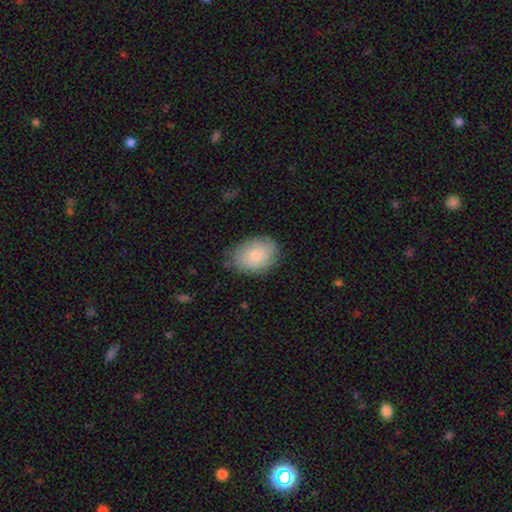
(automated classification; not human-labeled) Overall: smooth (80%). How rounded: in between (74%). Merging: none (75%).